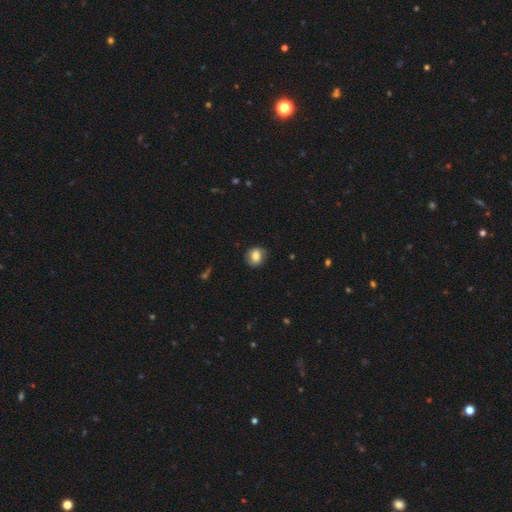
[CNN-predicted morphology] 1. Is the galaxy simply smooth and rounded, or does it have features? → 74% smooth, 18% featured or disk, 8% star or artifact.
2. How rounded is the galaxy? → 71% round, 28% in between, 1% cigar-shaped.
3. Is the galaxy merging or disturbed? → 80% none, 15% minor disturbance, 4% major disturbance, 1% merger.